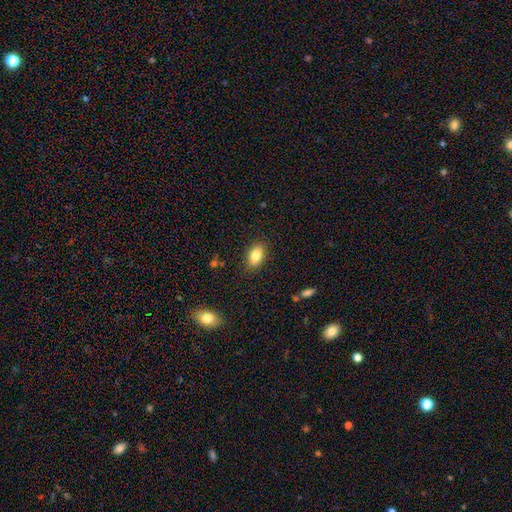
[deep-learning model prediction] Morphology: type=smooth (83%); roundness=in between (89%); merging=none (87%).